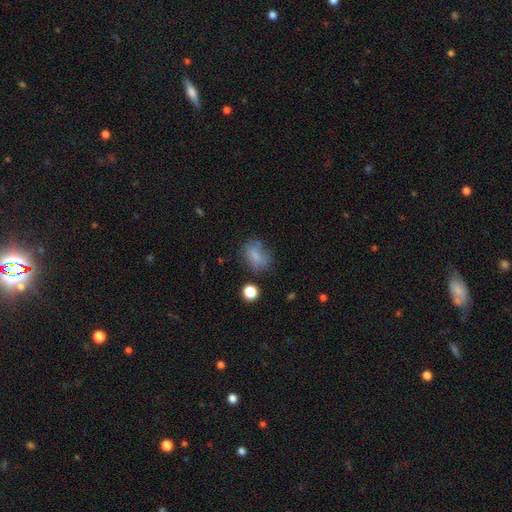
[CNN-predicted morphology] This appears to be a smooth galaxy with no disk features (73%) that is in between round and cigar-shaped (67%). Merging: none (60%).